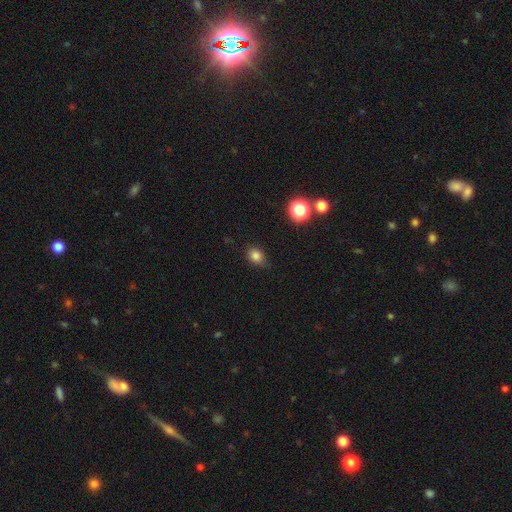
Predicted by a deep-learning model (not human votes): Morphology: type=smooth (81%); roundness=round (52%); merging=none (75%).